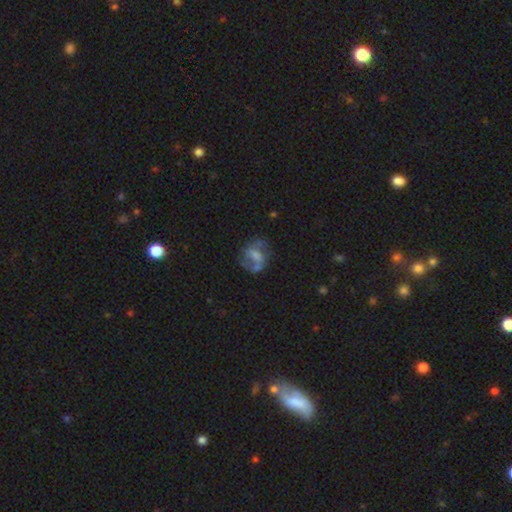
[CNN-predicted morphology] The model was most divided on "bar": weak: 41%, no: 40%, strong: 19%. Remaining: edge-on disk — no (96%); spiral arms — yes (61%); smooth or featured — featured or disk (56%); merging — none (55%); bulge size — moderate (35%).